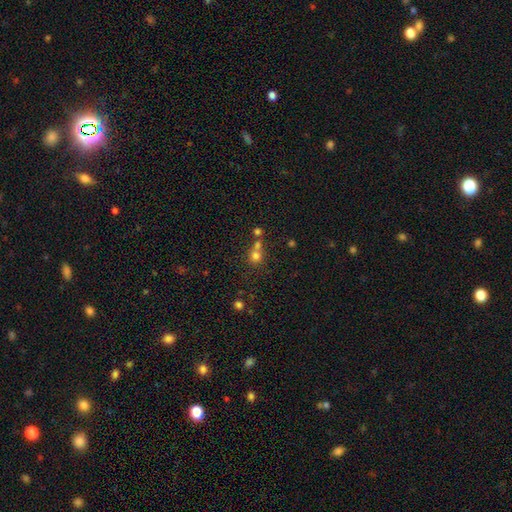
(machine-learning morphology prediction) This appears to be a smooth galaxy with no disk features (71%) that is round (87%). Merging: none (45%).